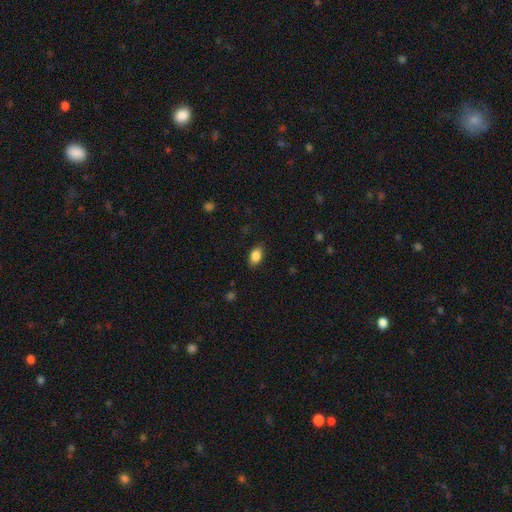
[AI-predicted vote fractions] The model was most divided on "merging": none: 85%, minor disturbance: 12%, major disturbance: 3%, merger: 1%. More confident: how rounded — in between (88%); smooth or featured — smooth (87%).